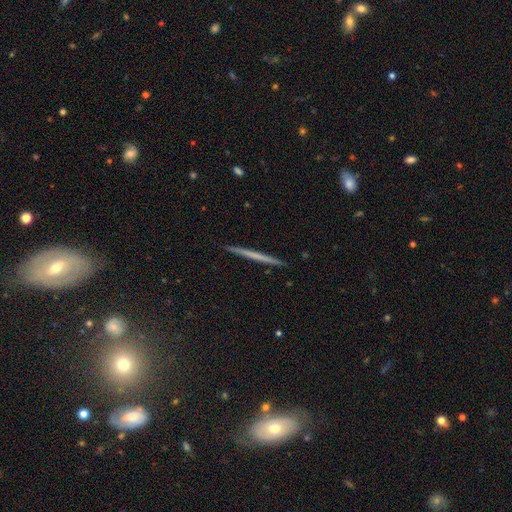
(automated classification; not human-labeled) featured or disk 51%, smooth 44%, star or artifact 6%. Down the decision tree: edge-on disk — yes (98%); merging — none (93%).